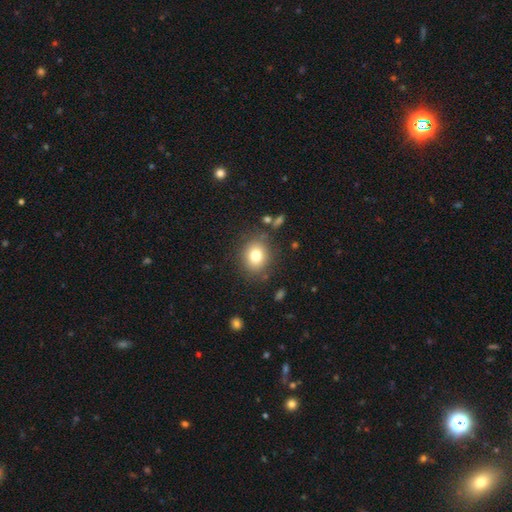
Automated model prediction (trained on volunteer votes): Smooth or featured: smooth — 78% (star or artifact — 11%)
How rounded: round — 66% (in between — 33%)
Merging: none — 83% (minor disturbance — 10%)